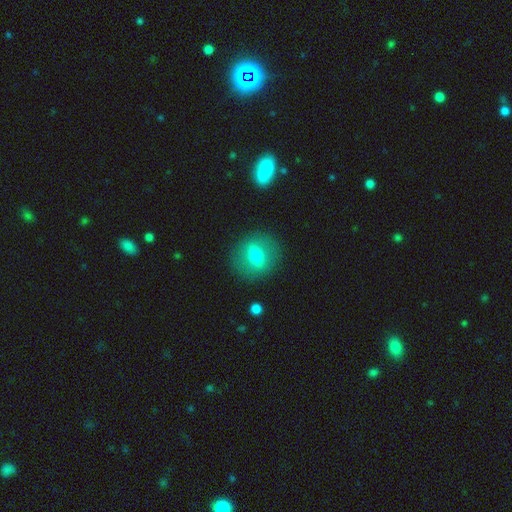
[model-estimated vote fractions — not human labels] A smooth galaxy with no disk features (57%) that is round (69%). Merging: none (87%).